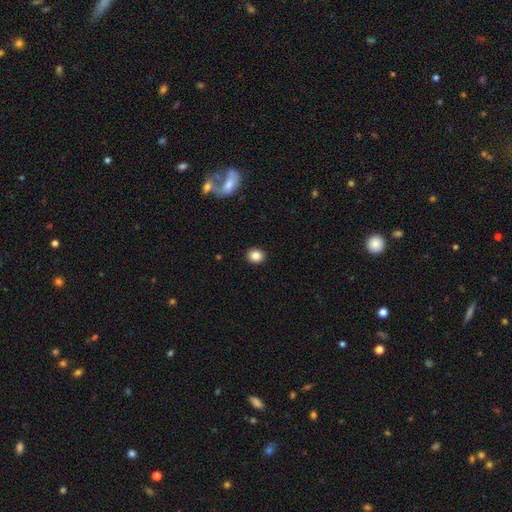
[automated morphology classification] smooth-or-featured: smooth: 85% | star or artifact: 10% | featured or disk: 6%
  how-rounded: round: 71% | in between: 28% | cigar-shaped: 1%
  merging: none: 92% | minor disturbance: 6% | major disturbance: 2% | merger: 1%